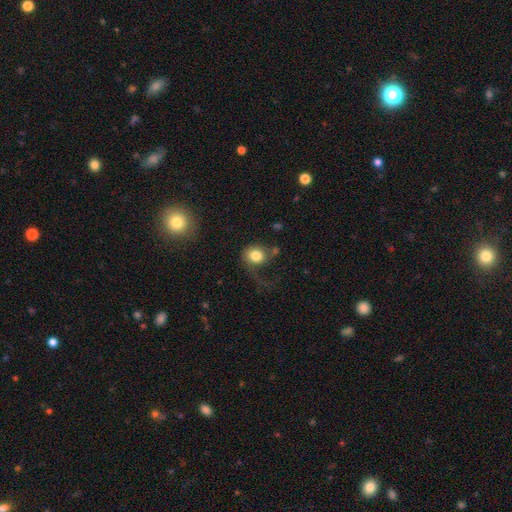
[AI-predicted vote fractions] Smooth or featured?
  - smooth: 76% *
  - featured or disk: 16%
  - star or artifact: 8%
How rounded?
  - round: 74% *
  - in between: 25%
  - cigar-shaped: 1%
Merging?
  - none: 38% *
  - major disturbance: 36%
  - minor disturbance: 20%
  - merger: 6%